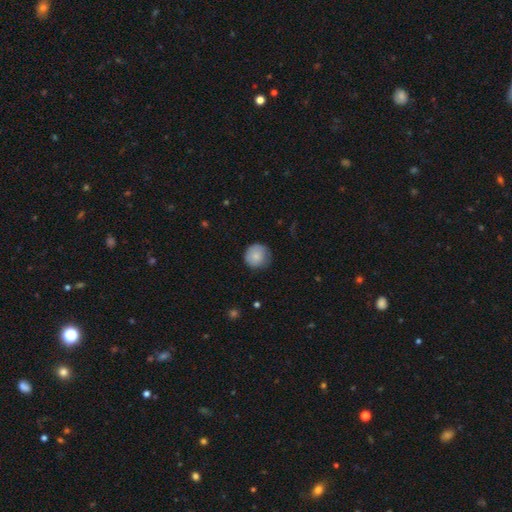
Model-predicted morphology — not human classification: Smooth or featured? Predicted: smooth (p=0.82). How rounded? Predicted: round (p=0.93). Merging? Predicted: none (p=0.75).